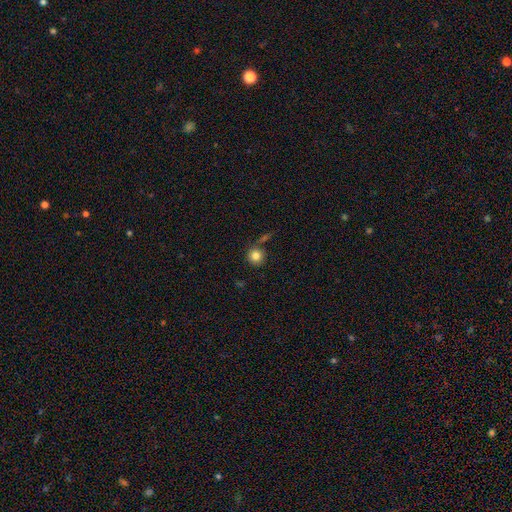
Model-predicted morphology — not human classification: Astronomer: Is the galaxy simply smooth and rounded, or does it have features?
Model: smooth — 81%.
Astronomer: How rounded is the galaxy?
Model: round — 93%.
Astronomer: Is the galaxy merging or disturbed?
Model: none — 73%.